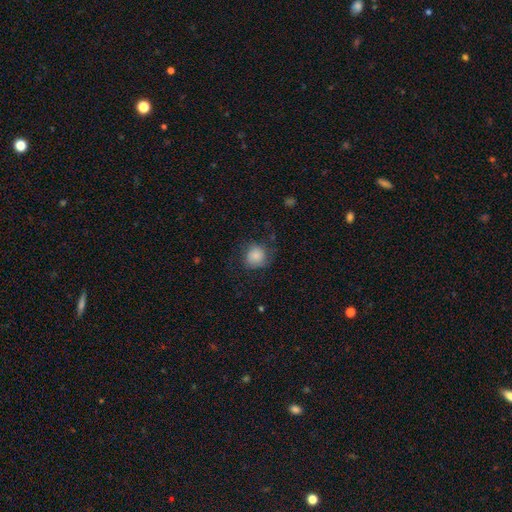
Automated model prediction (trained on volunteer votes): Smooth or featured? smooth (81%)
How rounded? round (81%)
Merging? none (64%)